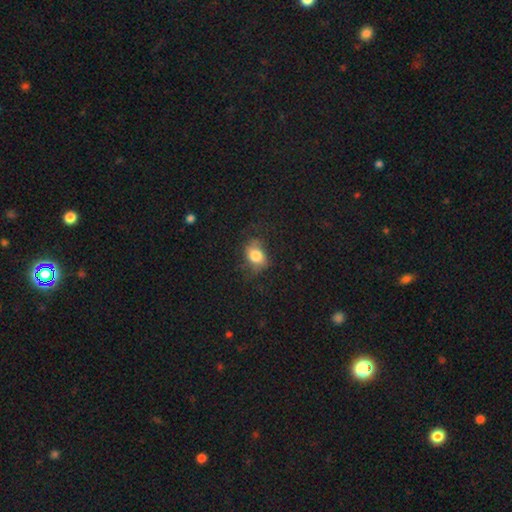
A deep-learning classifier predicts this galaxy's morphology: This is likely a smooth galaxy (78%). How rounded: likely in between (61%). Merging: possibly none (59%).